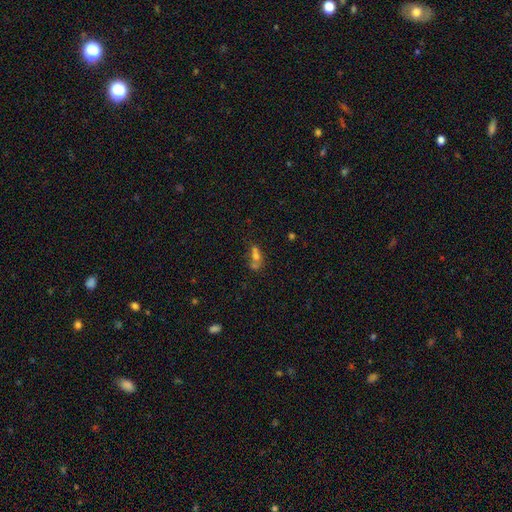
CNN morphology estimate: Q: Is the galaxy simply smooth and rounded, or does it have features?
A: smooth — 54%.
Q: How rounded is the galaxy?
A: in between — 61%.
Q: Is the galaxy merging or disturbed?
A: merger — 51%.